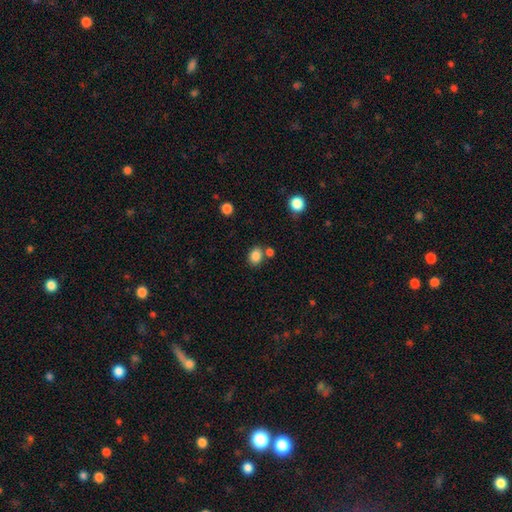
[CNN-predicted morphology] type=smooth (85%); roundness=in between (50%); merging=none (69%).